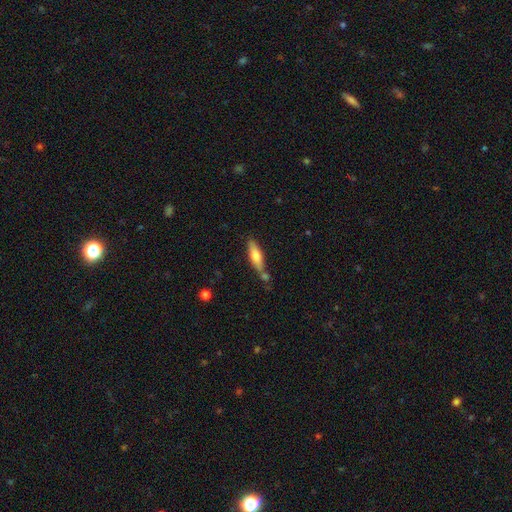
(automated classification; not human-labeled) This appears to be a smooth galaxy with no disk features (65%) that is cigar-shaped (59%). Merging: none (61%).